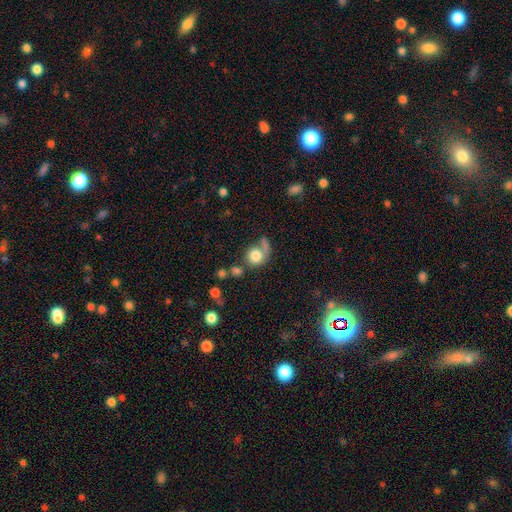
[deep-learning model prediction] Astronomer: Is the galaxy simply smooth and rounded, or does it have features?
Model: smooth — 74%.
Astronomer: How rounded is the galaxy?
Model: round — 80%.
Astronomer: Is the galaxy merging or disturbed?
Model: none — 40% (runner-up: merger, 23%).